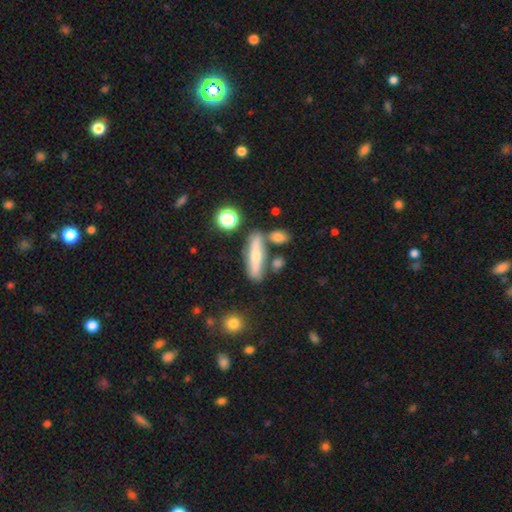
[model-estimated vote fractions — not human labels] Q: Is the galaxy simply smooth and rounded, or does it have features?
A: smooth — 50%.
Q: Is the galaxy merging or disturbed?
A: none — 68%.